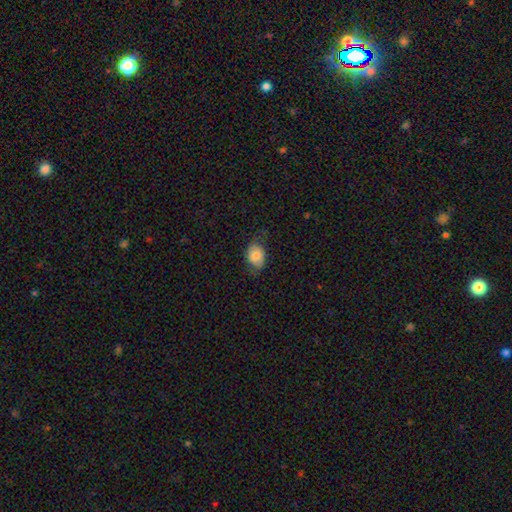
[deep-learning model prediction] This is likely a smooth galaxy (79%). How rounded: likely in between (72%). Merging: likely none (65%).